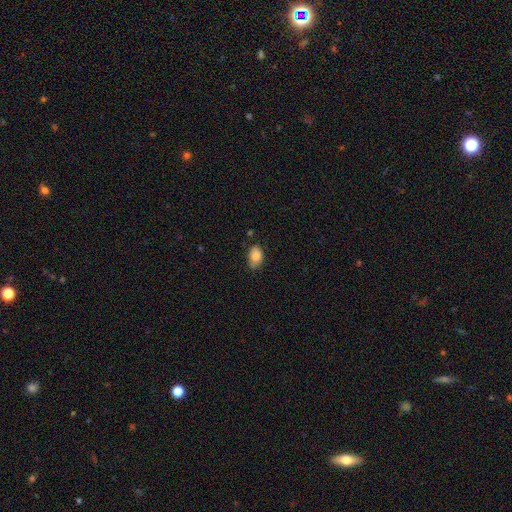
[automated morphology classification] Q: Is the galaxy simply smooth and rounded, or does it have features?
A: smooth — 84%.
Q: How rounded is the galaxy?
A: in between — 85%.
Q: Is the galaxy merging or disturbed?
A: none — 63%.